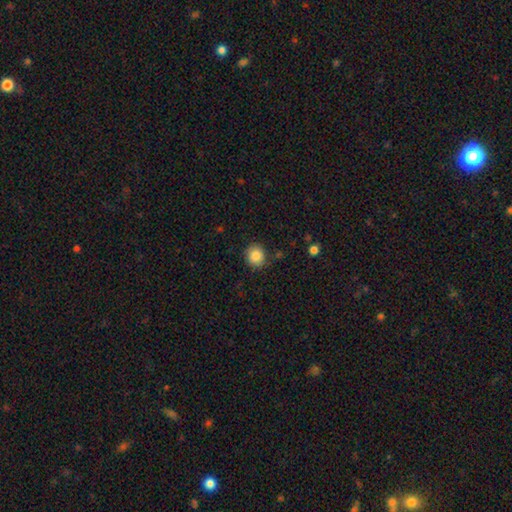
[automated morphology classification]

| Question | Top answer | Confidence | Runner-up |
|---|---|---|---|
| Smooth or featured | smooth | 86% | star or artifact (9%) |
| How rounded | round | 88% | in between (11%) |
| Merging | none | 86% | minor disturbance (10%) |